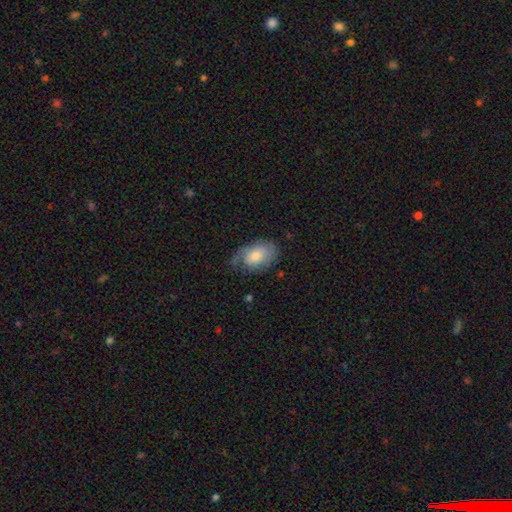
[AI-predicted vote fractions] Morphology: type=smooth (57%); roundness=in between (89%); merging=none (49%).